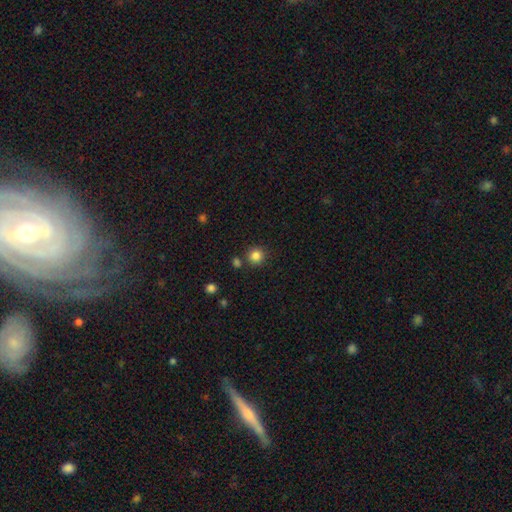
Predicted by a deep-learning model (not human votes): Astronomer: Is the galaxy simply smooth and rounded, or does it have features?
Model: smooth — 84%.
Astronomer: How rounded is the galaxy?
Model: round — 93%.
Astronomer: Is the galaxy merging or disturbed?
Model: none — 82%.